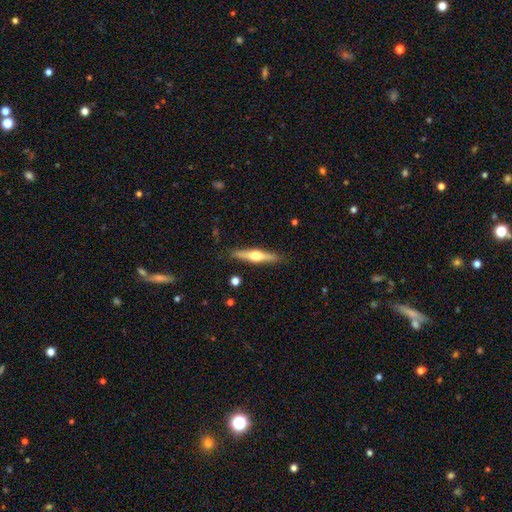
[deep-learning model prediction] featured or disk 64%, smooth 31%, star or artifact 5%. Down the decision tree: edge-on disk — yes (97%); edge-on bulge — rounded (93%); merging — none (88%).